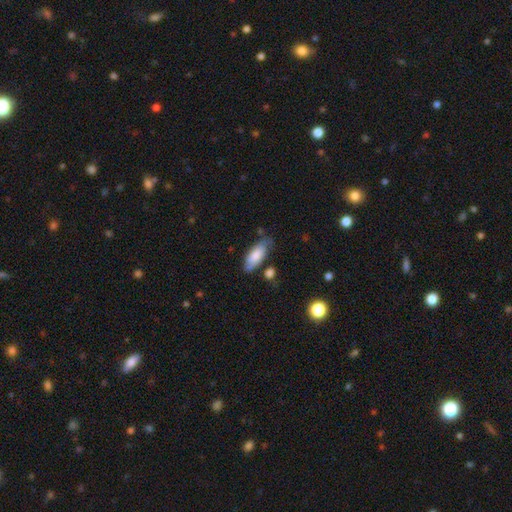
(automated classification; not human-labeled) The model was most divided on "merging": none: 65%, minor disturbance: 23%, major disturbance: 6%, merger: 6%. More confident: how rounded — in between (80%); smooth or featured — smooth (70%).